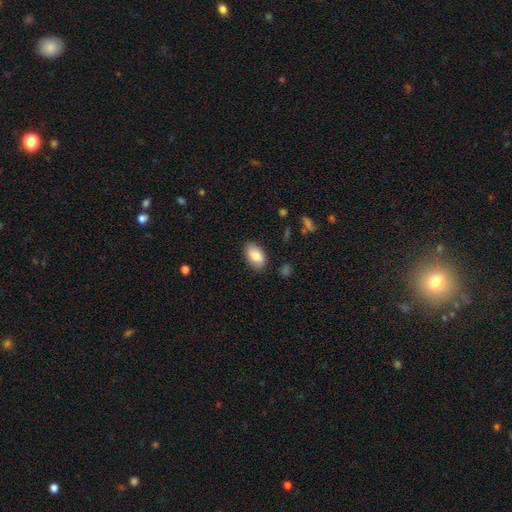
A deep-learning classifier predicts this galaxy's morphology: Q: Smooth or featured?
A: smooth (82%); runner-up: featured or disk (11%)
Q: How rounded?
A: in between (93%); runner-up: round (5%)
Q: Merging?
A: none (83%); runner-up: minor disturbance (13%)